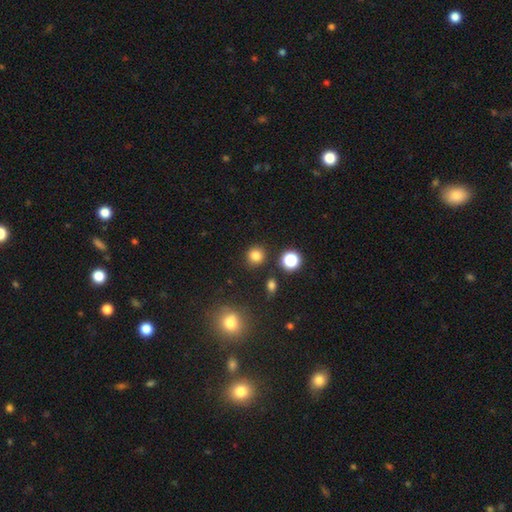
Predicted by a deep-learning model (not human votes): A smooth galaxy with no disk features (80%) that is round (88%). Merging: none (86%).